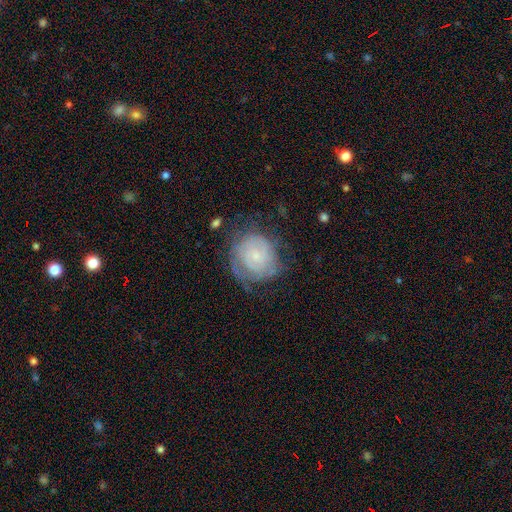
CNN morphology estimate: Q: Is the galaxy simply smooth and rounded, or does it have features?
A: featured or disk — 61%.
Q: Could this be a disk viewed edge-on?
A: no — 98%.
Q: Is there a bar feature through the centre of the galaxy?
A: no — 73%.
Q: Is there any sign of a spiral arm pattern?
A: yes — 81%.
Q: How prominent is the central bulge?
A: small — 71%.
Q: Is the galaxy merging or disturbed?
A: none — 60%.